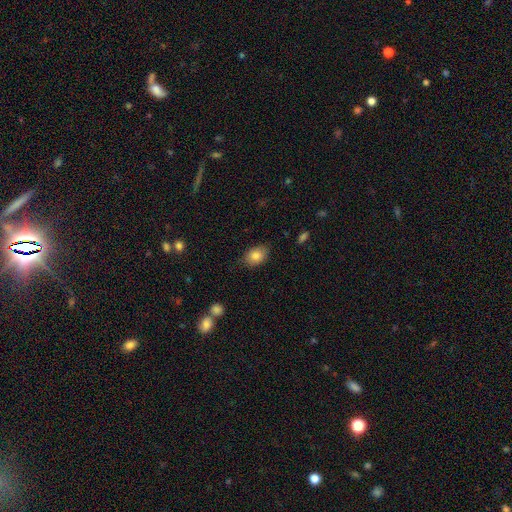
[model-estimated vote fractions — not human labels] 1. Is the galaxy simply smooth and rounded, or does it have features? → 84% smooth, 8% star or artifact, 8% featured or disk.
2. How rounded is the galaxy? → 77% in between, 22% round, 1% cigar-shaped.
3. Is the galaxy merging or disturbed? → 81% none, 14% minor disturbance, 3% major disturbance, 1% merger.